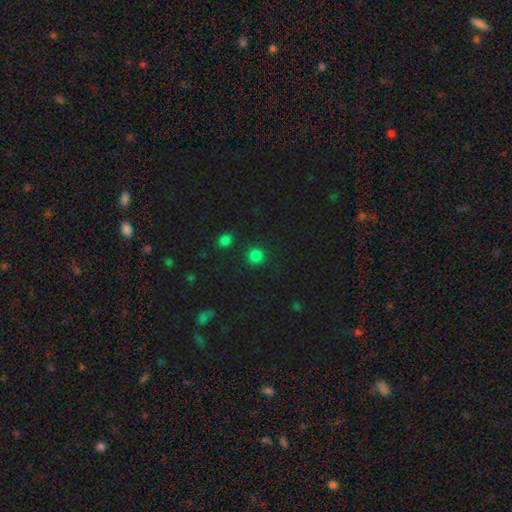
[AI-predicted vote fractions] Smooth or featured: smooth — 79% (star or artifact — 18%)
How rounded: round — 91% (in between — 8%)
Merging: none — 85% (minor disturbance — 8%)